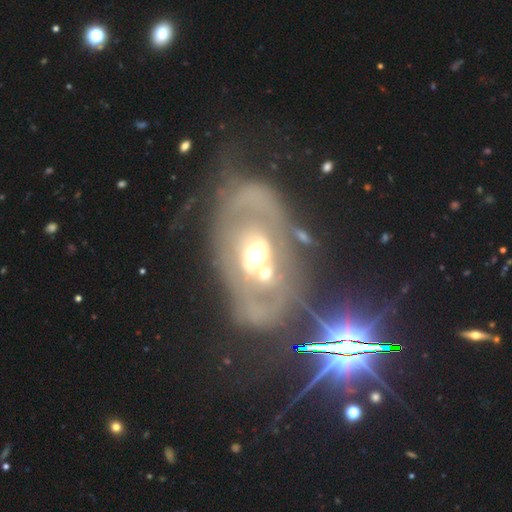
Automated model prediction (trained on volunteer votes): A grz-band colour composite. It shows a featured or disk galaxy (69%) with no bar (65%), spiral arms (50%, tied with no) and a moderate central bulge (69%). Merging: none (48%).